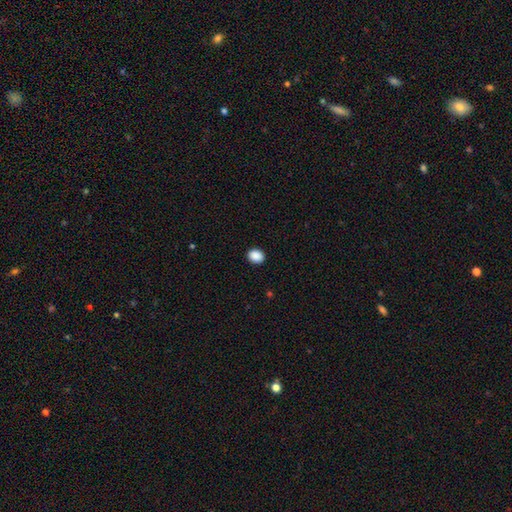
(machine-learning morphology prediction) This appears to be a smooth galaxy with no disk features (90%) that is round (51%). Merging: none (91%).